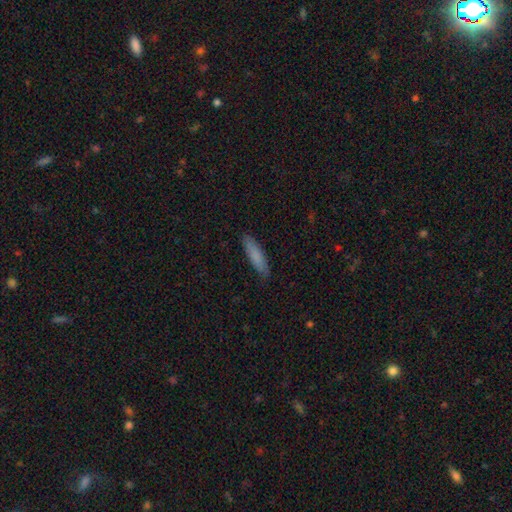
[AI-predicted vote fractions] Q: Smooth or featured?
A: smooth (83%); runner-up: featured or disk (12%)
Q: How rounded?
A: cigar-shaped (80%); runner-up: in between (19%)
Q: Merging?
A: none (86%); runner-up: minor disturbance (11%)